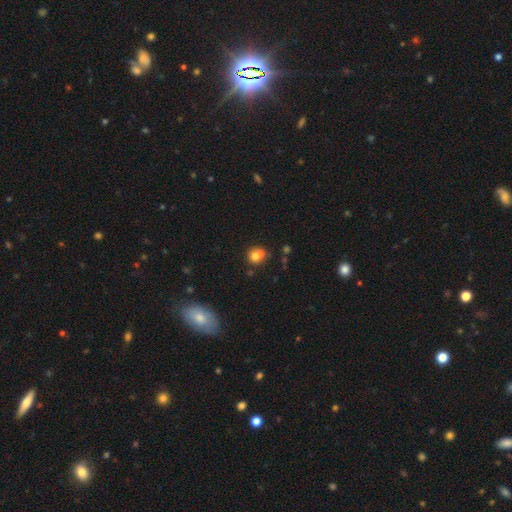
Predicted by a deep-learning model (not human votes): Smooth or featured?
  - smooth: 74% *
  - featured or disk: 14%
  - star or artifact: 12%
How rounded?
  - round: 79% *
  - in between: 20%
  - cigar-shaped: 1%
Merging?
  - none: 49% *
  - merger: 30%
  - minor disturbance: 15%
  - major disturbance: 5%